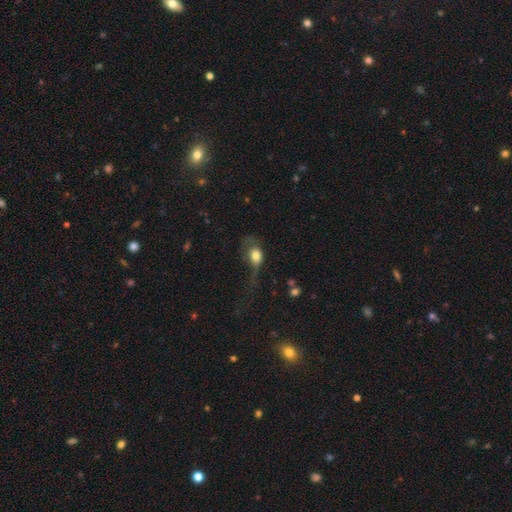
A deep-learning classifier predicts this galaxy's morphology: smooth_or_featured: smooth (p=0.71) [alt: featured or disk p=0.20]
how_rounded: in between (p=0.62) [alt: round p=0.35]
merging: major disturbance (p=0.58) [alt: minor disturbance p=0.20]